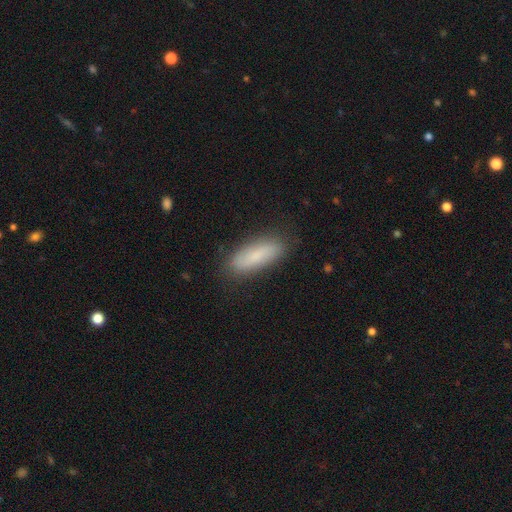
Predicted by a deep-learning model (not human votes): smooth_or_featured: smooth (p=0.78) [alt: featured or disk p=0.15]
how_rounded: in between (p=0.55) [alt: cigar-shaped p=0.43]
merging: none (p=0.83) [alt: minor disturbance p=0.13]